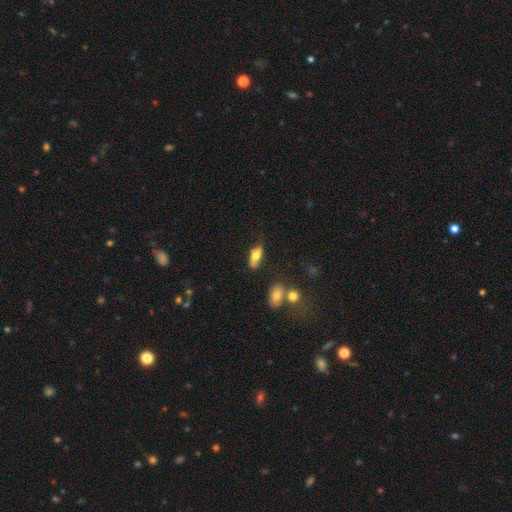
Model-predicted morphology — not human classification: This appears to be a smooth galaxy with no disk features (63%) that is in between round and cigar-shaped (70%). Merging: none (70%).